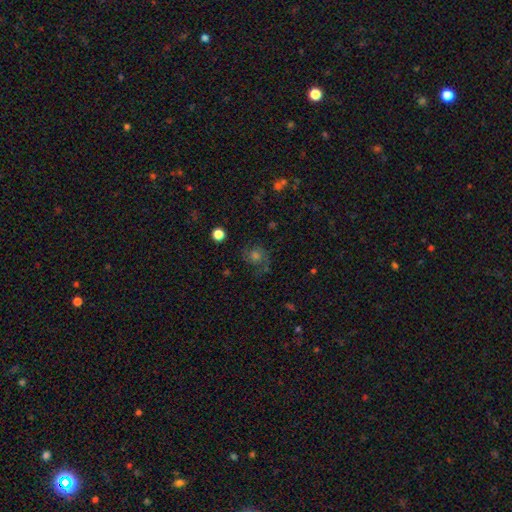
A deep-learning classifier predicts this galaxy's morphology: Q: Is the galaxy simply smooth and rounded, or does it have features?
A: featured or disk — 44%.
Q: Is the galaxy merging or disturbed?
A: none — 66%.